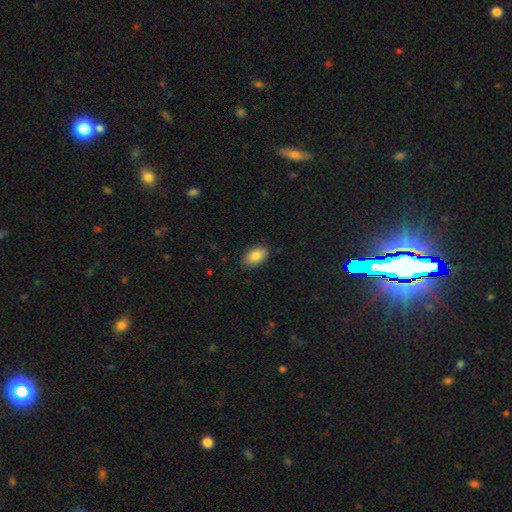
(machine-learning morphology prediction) smooth_or_featured: smooth (p=0.84) [alt: featured or disk p=0.09]
how_rounded: in between (p=0.92) [alt: round p=0.06]
merging: none (p=0.85) [alt: minor disturbance p=0.12]